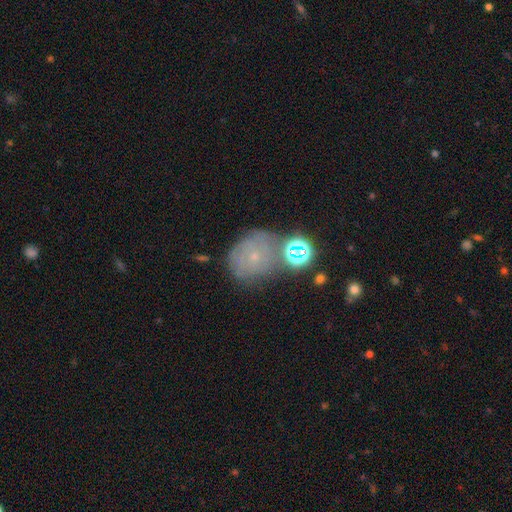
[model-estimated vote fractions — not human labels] The model was most divided on "smooth or featured": featured or disk: 41%, smooth: 35%, star or artifact: 24%. More confident: merging — none (62%).